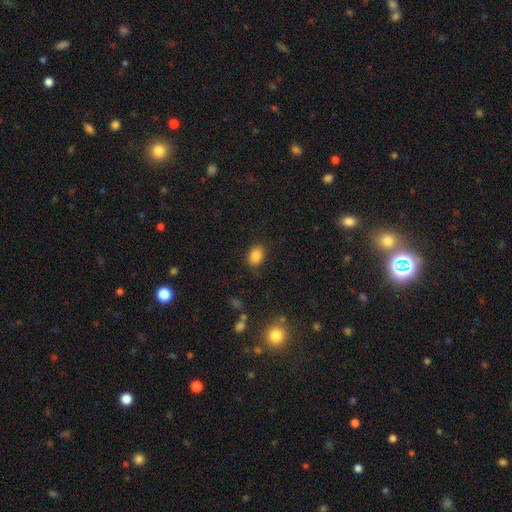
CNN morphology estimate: A smooth galaxy with no disk features (85%) that is in between round and cigar-shaped (74%). Merging: none (82%).